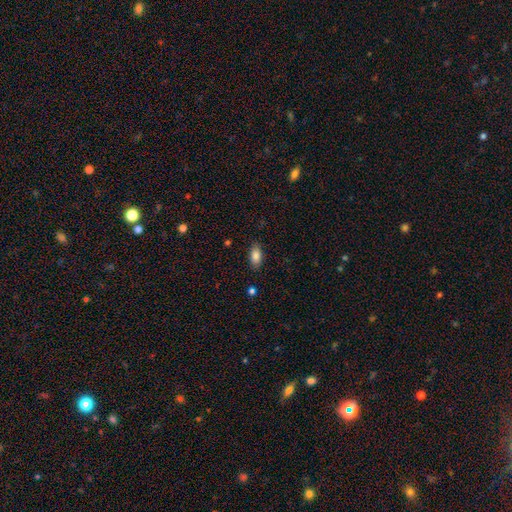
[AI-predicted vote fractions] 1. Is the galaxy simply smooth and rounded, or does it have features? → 86% smooth, 8% star or artifact, 7% featured or disk.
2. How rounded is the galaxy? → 91% in between, 5% cigar-shaped, 4% round.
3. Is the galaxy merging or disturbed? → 86% none, 10% minor disturbance, 2% major disturbance, 1% merger.